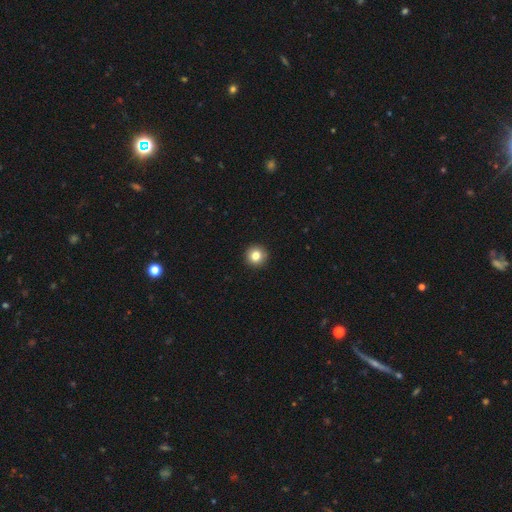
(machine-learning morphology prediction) type=smooth (83%); roundness=round (95%); merging=none (93%).